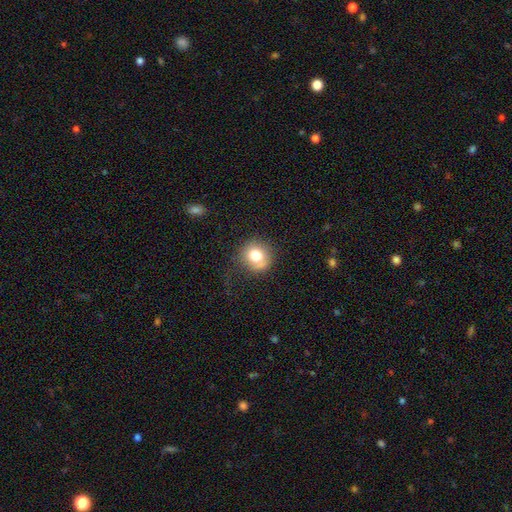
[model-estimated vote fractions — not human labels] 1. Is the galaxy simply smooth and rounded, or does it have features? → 75% smooth, 14% featured or disk, 11% star or artifact.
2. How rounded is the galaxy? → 88% round, 11% in between, 1% cigar-shaped.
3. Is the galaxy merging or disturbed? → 73% none, 17% minor disturbance, 7% major disturbance, 2% merger.